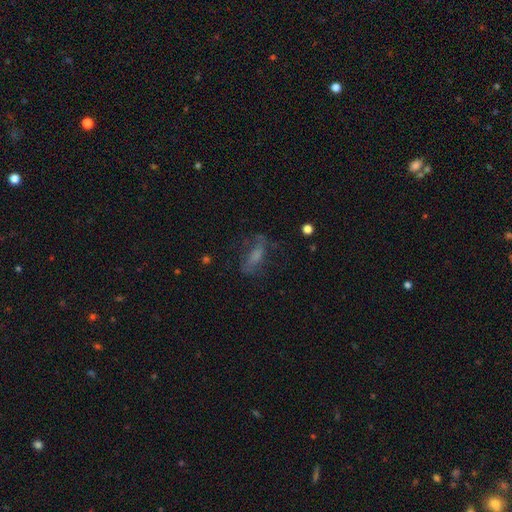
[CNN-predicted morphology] The model was most divided on "smooth or featured": smooth: 44%, featured or disk: 41%, star or artifact: 16%. More confident: merging — none (53%).